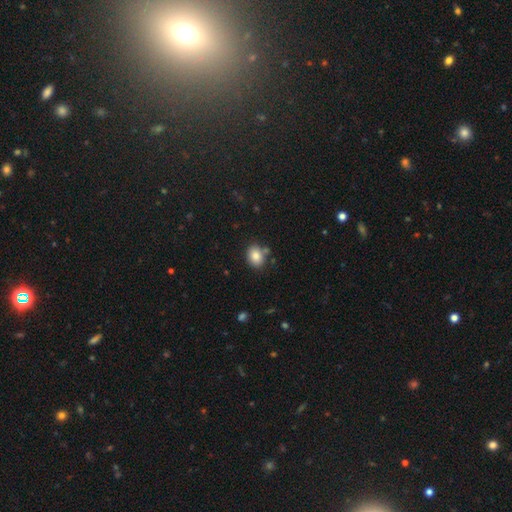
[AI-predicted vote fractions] Q: Smooth or featured?
A: smooth (84%); runner-up: star or artifact (9%)
Q: How rounded?
A: in between (58%); runner-up: round (41%)
Q: Merging?
A: none (76%); runner-up: minor disturbance (13%)